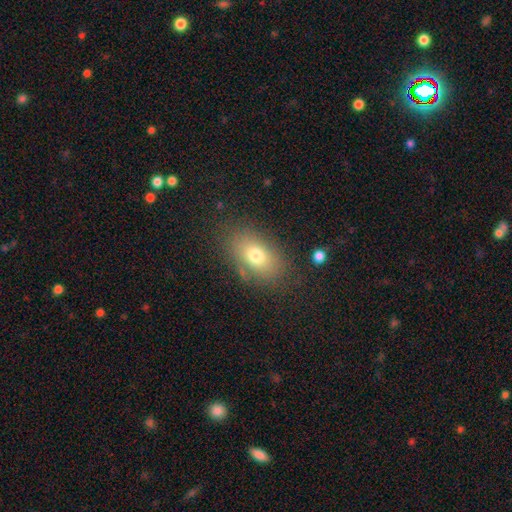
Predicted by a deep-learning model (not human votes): This is likely a smooth galaxy (73%). How rounded: clearly in between (85%). Merging: likely none (79%).